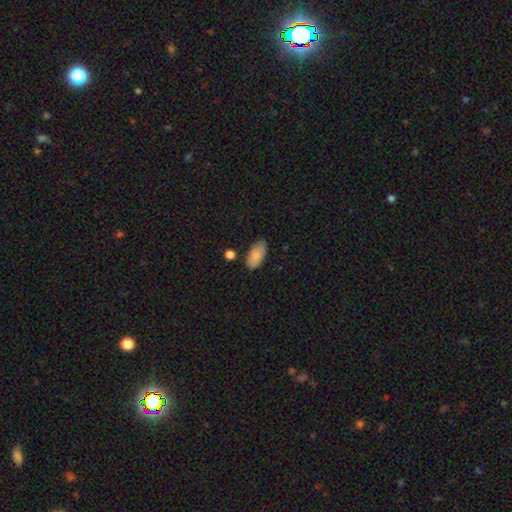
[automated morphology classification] Overall: smooth (85%). How rounded: in between (94%). Merging: none (74%).